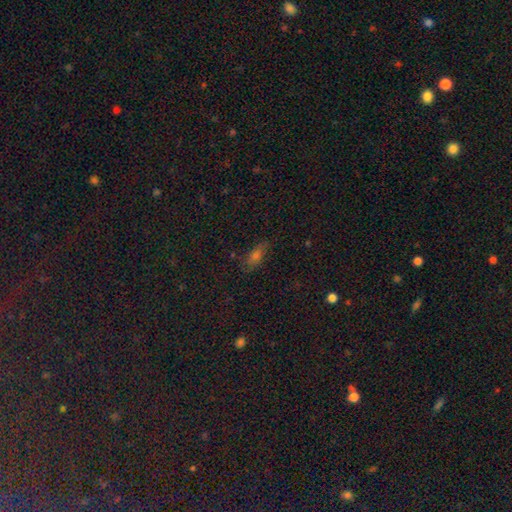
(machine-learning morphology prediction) A smooth galaxy with no disk features (55%) that is in between round and cigar-shaped (69%). Merging: none (74%).